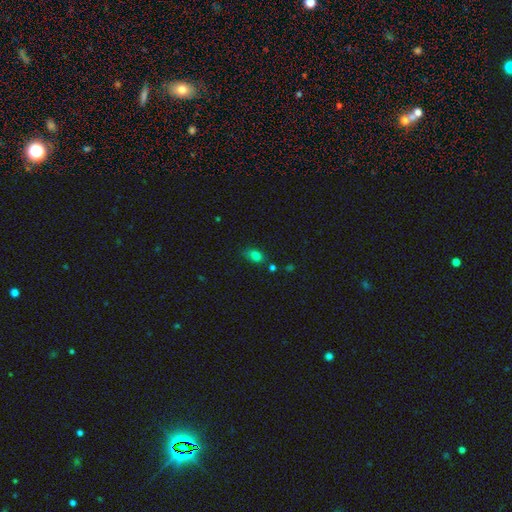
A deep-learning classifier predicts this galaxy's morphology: type=smooth (78%); roundness=in between (74%); merging=none (63%).